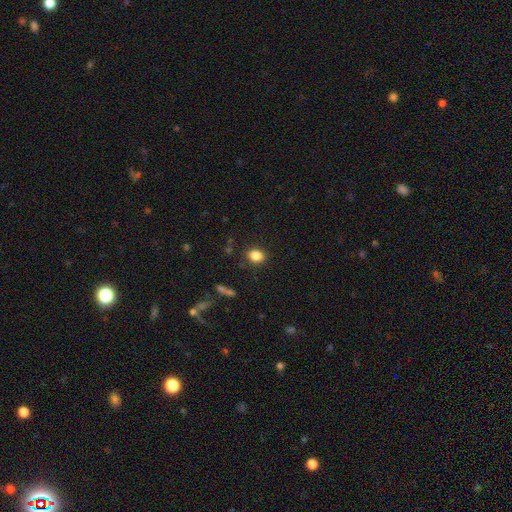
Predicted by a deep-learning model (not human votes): The model was most divided on "how rounded": in between: 54%, round: 44%, cigar-shaped: 1%. More confident: merging — none (87%); smooth or featured — smooth (84%).